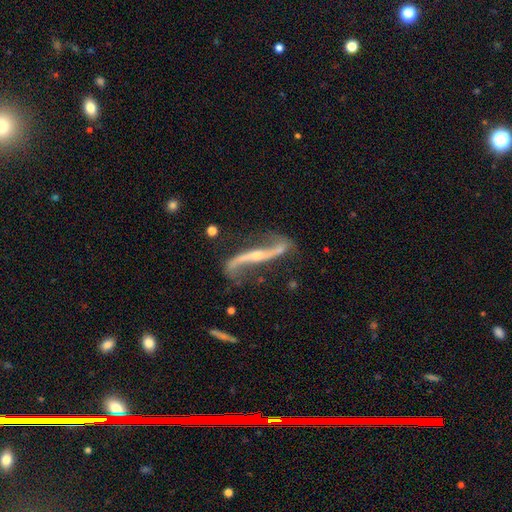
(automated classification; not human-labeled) smooth-or-featured: featured or disk: 90% | star or artifact: 5% | smooth: 5%
  disk-edge-on: no: 74% | yes: 26%
    bar: strong: 44% | no: 33% | weak: 23%
    has-spiral-arms: yes: 95% | no: 5%
      spiral-winding: loose: 90% | medium: 7% | tight: 3%
      spiral-arm-count: 2: 93% | 1: 3% | can't tell: 2% | 3: 1% | 4: 1% | more than 4: 1%
    bulge-size: small: 59% | moderate: 33% | none: 5% | large: 2% | dominant: 1%
  merging: none: 67% | minor disturbance: 19% | major disturbance: 10% | merger: 4%